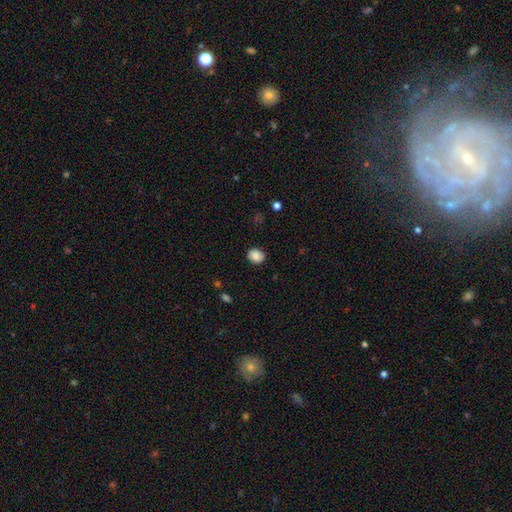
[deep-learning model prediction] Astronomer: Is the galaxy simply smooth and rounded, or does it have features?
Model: smooth — 87%.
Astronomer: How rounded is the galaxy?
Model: round — 63%.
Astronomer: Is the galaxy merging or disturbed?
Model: none — 87%.